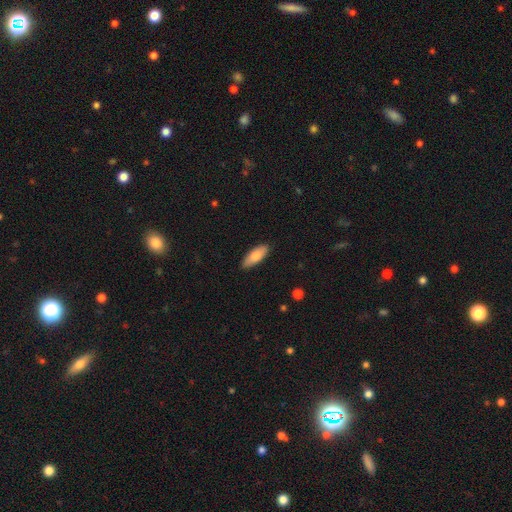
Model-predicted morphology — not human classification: A smooth galaxy with no disk features (81%) that is in between round and cigar-shaped (73%). Merging: none (88%).